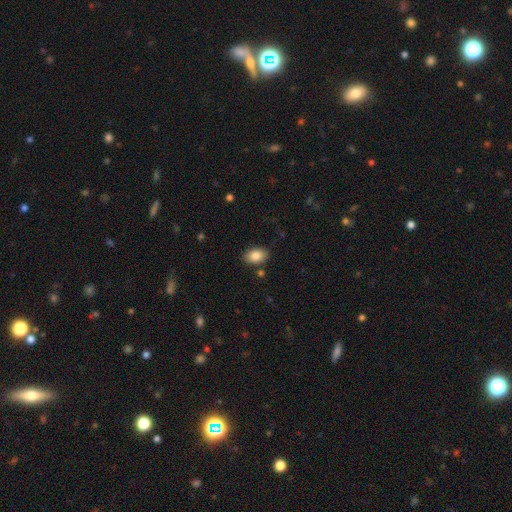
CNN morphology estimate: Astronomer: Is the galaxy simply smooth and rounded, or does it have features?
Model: smooth — 85%.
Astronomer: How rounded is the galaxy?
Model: in between — 87%.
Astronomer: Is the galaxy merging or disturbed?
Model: none — 84%.